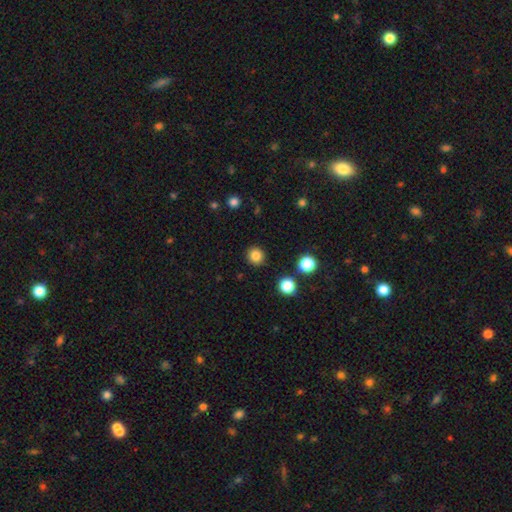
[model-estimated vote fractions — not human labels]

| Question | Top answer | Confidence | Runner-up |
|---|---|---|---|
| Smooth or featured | smooth | 84% | star or artifact (12%) |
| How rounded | round | 92% | in between (7%) |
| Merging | none | 91% | minor disturbance (6%) |